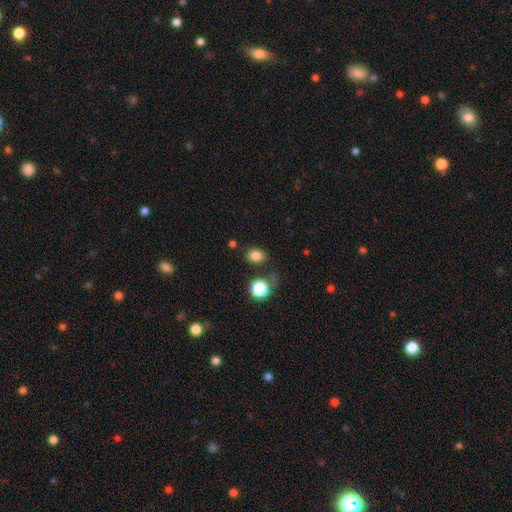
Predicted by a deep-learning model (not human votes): A smooth galaxy with no disk features (82%) that is round (56%). Merging: none (78%).